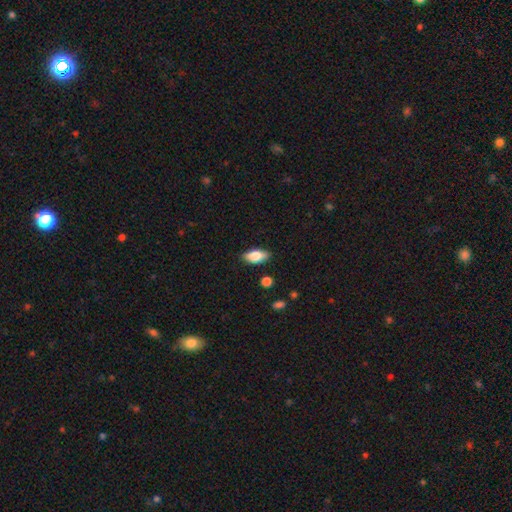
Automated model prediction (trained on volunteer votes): A smooth galaxy with no disk features (78%) that is in between round and cigar-shaped (87%). Merging: none (84%).